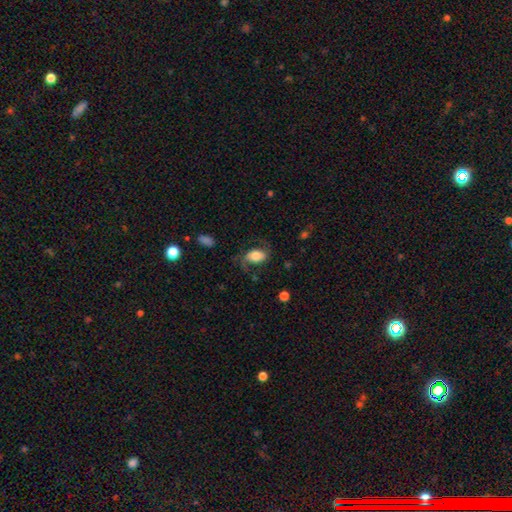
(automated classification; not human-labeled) Overall: smooth (49%; featured or disk 43%). Merging: none (58%; minor disturbance 22%).